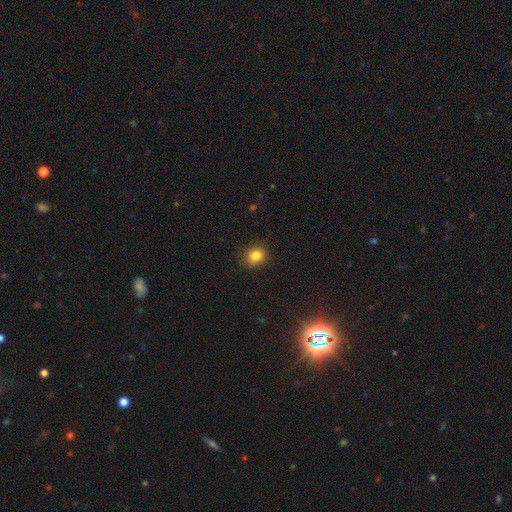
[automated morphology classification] smooth-or-featured: smooth: 83% | star or artifact: 12% | featured or disk: 5%
  how-rounded: round: 78% | in between: 21% | cigar-shaped: 1%
  merging: none: 88% | minor disturbance: 9% | major disturbance: 2% | merger: 1%